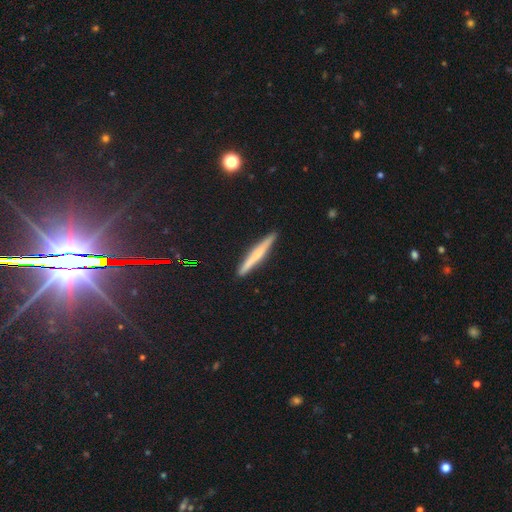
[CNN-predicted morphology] smooth 48%, featured or disk 43%, star or artifact 9%. Down the decision tree: merging — none (91%).